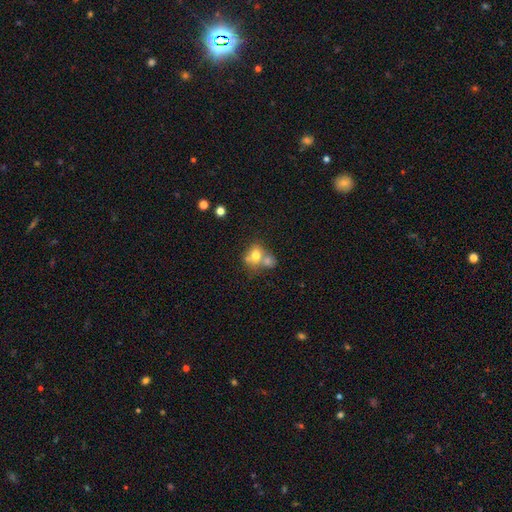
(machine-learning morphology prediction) Overall: smooth (70%). How rounded: round (58%; in between 41%). Merging: merger (58%; none 28%).